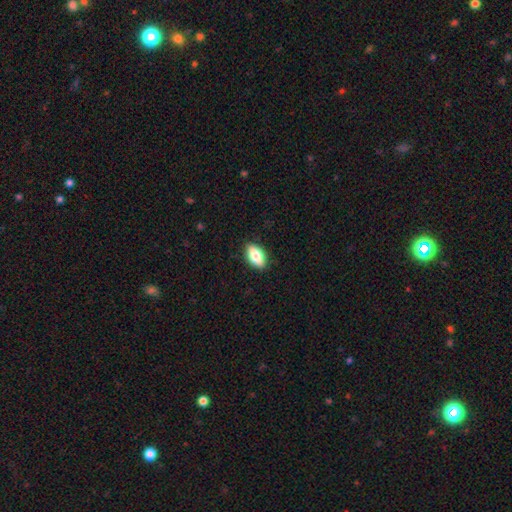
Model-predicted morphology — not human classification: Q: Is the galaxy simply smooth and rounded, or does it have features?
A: smooth — 78%.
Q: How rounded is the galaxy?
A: in between — 89%.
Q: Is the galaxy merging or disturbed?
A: none — 88%.